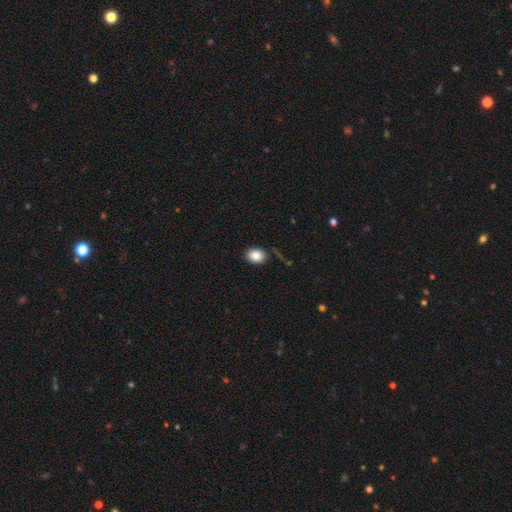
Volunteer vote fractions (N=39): Morphology: type=smooth (92%); roundness=in between (64%); merging=none (97%).